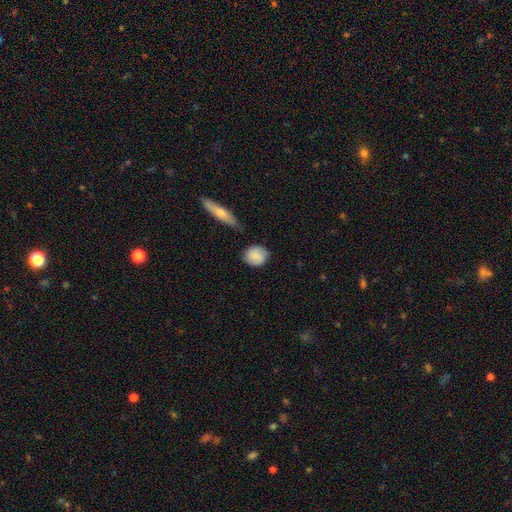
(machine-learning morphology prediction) type=smooth (81%); roundness=round (75%); merging=none (78%).